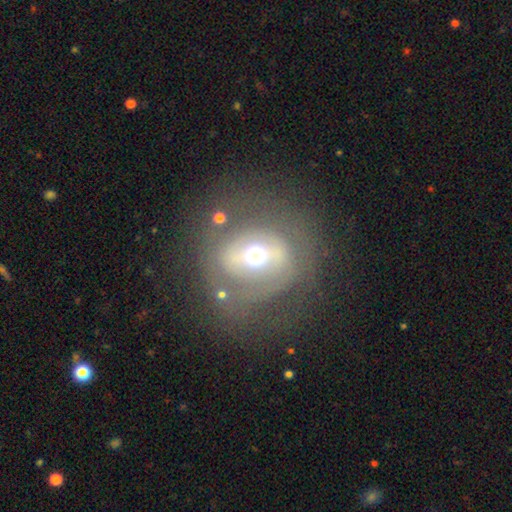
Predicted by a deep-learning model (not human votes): A featured or disk galaxy (56%) with no bar (36%), no spiral arms (68%) and a moderate central bulge (68%).

Vote fractions:
- Smooth or featured? featured or disk: 56% / smooth: 34% / star or artifact: 11%
- Edge-on disk? no: 93% / yes: 7%
- Bar? no: 36% / weak: 32% / strong: 31%
- Spiral arms? no: 68% / yes: 32%
- Bulge size? moderate: 68% / large: 15% / small: 14% / dominant: 3% / none: 1%
- Merging? none: 65% / minor disturbance: 16% / major disturbance: 15% / merger: 3%